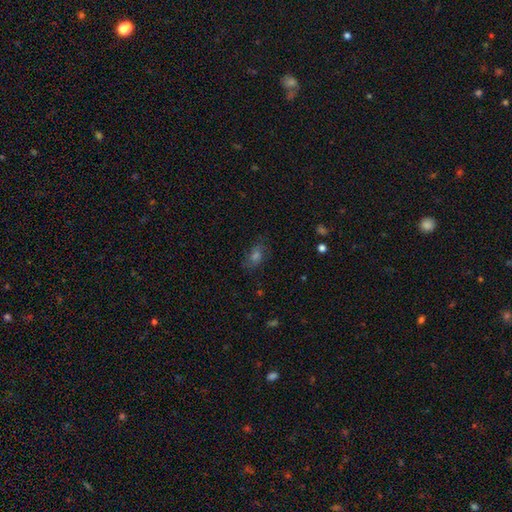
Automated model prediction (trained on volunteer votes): Morphology: type=smooth (37%); merging=none (75%).